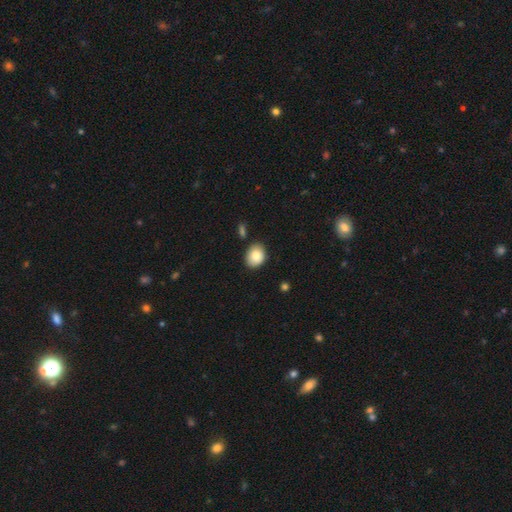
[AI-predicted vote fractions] smooth 83%, featured or disk 9%, star or artifact 8%. Down the decision tree: how rounded — in between (54%); merging — none (84%).